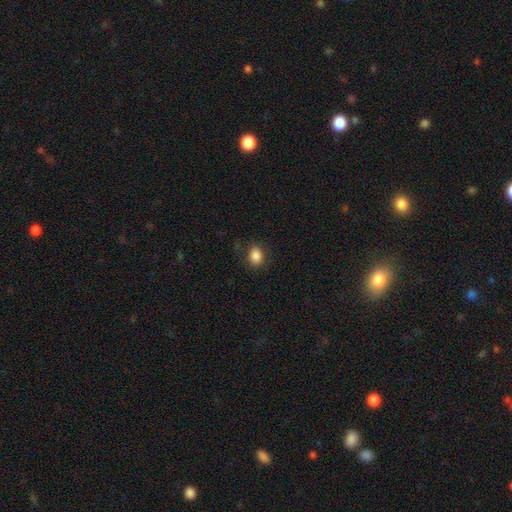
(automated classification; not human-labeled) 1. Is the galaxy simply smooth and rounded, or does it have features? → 86% smooth, 9% star or artifact, 5% featured or disk.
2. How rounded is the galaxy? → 68% in between, 31% round, 1% cigar-shaped.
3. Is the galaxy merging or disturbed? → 81% none, 13% minor disturbance, 4% major disturbance, 1% merger.